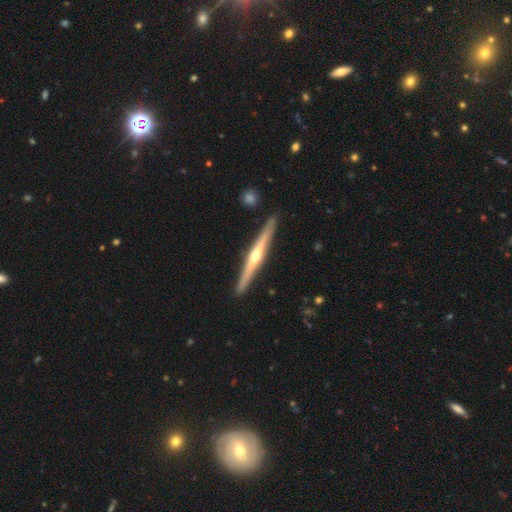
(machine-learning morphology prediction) smooth_or_featured: featured or disk (p=0.77) [alt: smooth p=0.18]
disk_edge_on: yes (p=0.98) [alt: no p=0.02]
edge_on_bulge: rounded (p=0.89) [alt: none p=0.08]
merging: none (p=0.91) [alt: minor disturbance p=0.07]